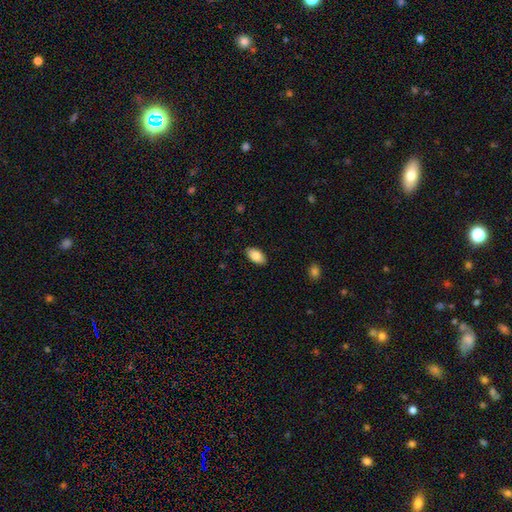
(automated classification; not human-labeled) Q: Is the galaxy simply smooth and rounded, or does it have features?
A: smooth — 82%.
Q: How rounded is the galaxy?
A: in between — 94%.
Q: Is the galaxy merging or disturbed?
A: none — 88%.